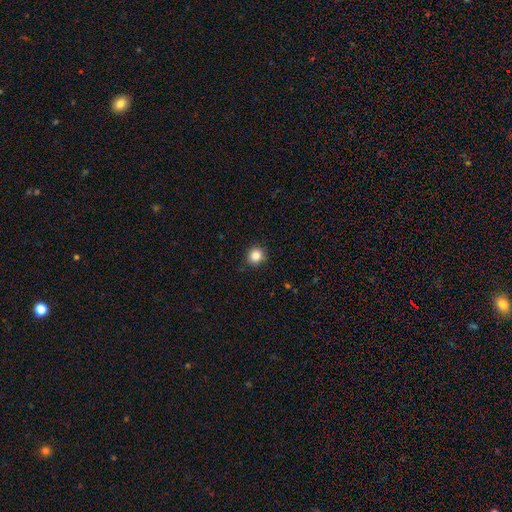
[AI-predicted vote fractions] smooth-or-featured: smooth: 85% | star or artifact: 11% | featured or disk: 4%
  how-rounded: round: 86% | in between: 13% | cigar-shaped: 1%
  merging: none: 88% | minor disturbance: 9% | major disturbance: 2% | merger: 1%